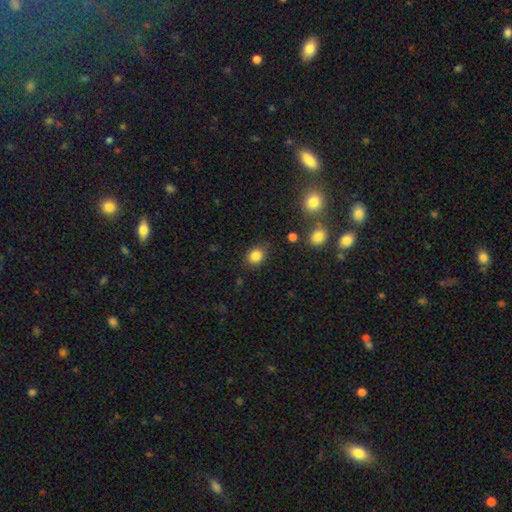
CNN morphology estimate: smooth 84%, star or artifact 11%, featured or disk 5%. Down the decision tree: how rounded — round (66%); merging — none (81%).